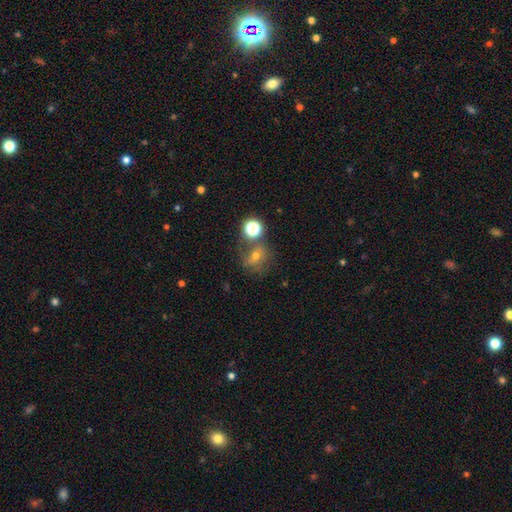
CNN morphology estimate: Smooth or featured: smooth — 52% (featured or disk — 27%)
How rounded: round — 71% (in between — 28%)
Merging: none — 49% (merger — 22%)